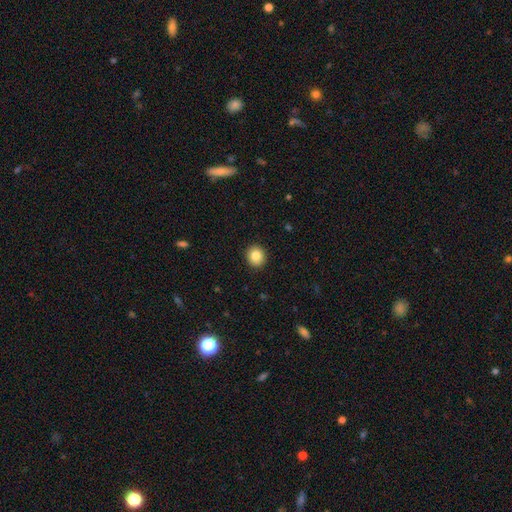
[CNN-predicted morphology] Smooth or featured? smooth (84%)
How rounded? round (85%)
Merging? none (92%)